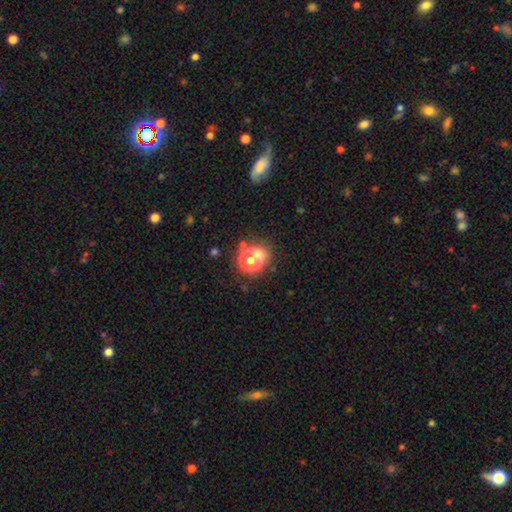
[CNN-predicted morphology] Smooth or featured? Predicted: smooth (p=0.76). How rounded? Predicted: in between (p=0.57). Merging? Predicted: none (p=0.51).